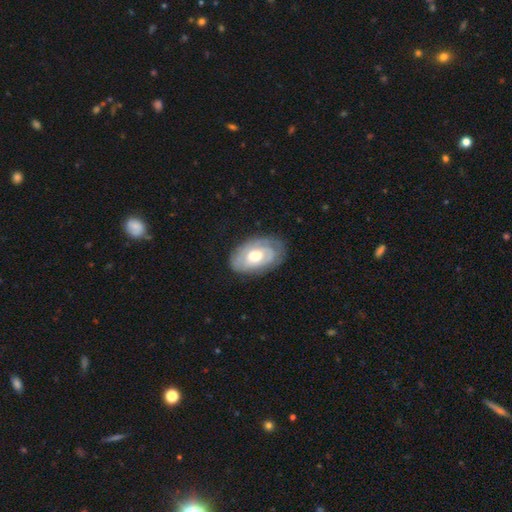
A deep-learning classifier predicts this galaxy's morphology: Smooth or featured?
  - featured or disk: 65% *
  - smooth: 30%
  - star or artifact: 6%
Edge-on disk?
  - no: 94% *
  - yes: 6%
Bar?
  - no: 75% *
  - weak: 20%
  - strong: 4%
Spiral arms?
  - yes: 70% *
  - no: 30%
Bulge size?
  - moderate: 60% *
  - large: 27%
  - small: 10%
  - dominant: 2%
  - none: 1%
Merging?
  - none: 73% *
  - minor disturbance: 19%
  - major disturbance: 7%
  - merger: 1%